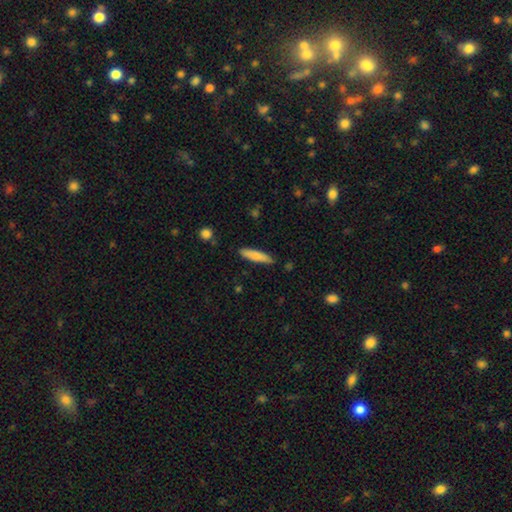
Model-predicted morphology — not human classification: This is likely a smooth galaxy (80%). How rounded: likely cigar-shaped (79%). Merging: clearly none (84%).